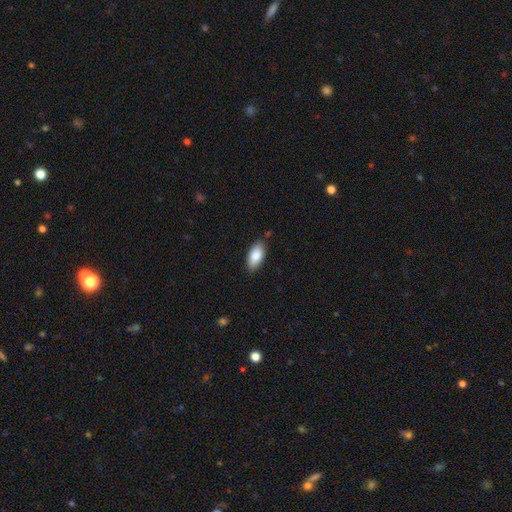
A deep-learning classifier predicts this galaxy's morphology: smooth_or_featured: smooth (p=0.86) [alt: featured or disk p=0.08]
how_rounded: in between (p=0.91) [alt: cigar-shaped p=0.07]
merging: none (p=0.82) [alt: minor disturbance p=0.13]